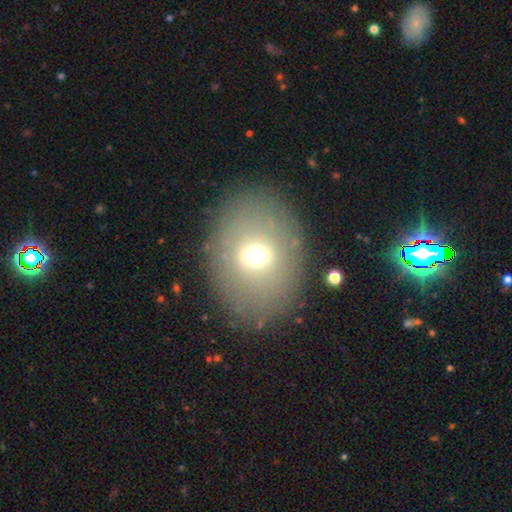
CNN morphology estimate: Q: Smooth or featured?
A: smooth (60%); runner-up: featured or disk (28%)
Q: How rounded?
A: in between (50%); runner-up: round (49%)
Q: Merging?
A: none (85%); runner-up: minor disturbance (9%)